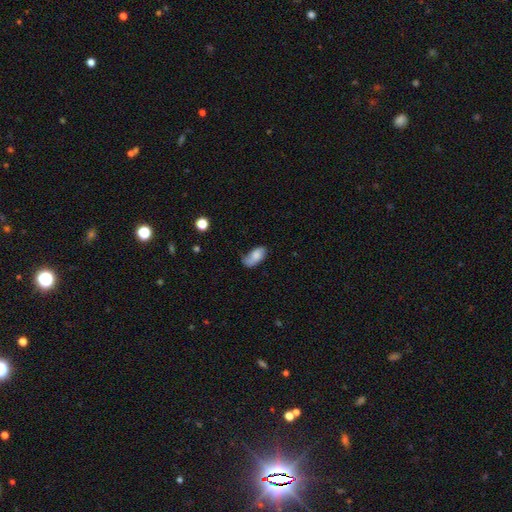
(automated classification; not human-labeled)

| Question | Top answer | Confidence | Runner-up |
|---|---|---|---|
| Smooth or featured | smooth | 69% | featured or disk (22%) |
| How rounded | in between | 91% | cigar-shaped (5%) |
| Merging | none | 43% | minor disturbance (36%) |